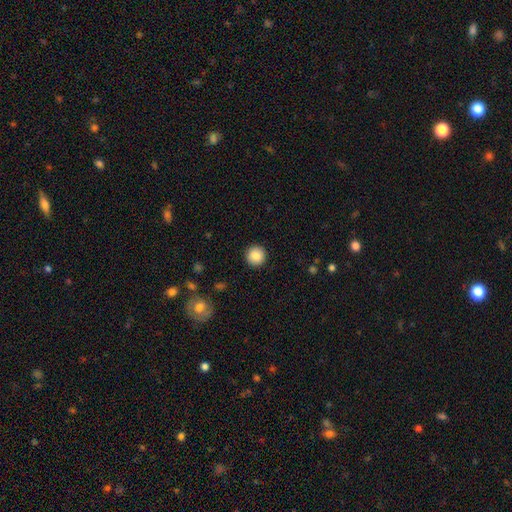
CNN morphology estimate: type=smooth (88%); roundness=round (95%); merging=none (92%).